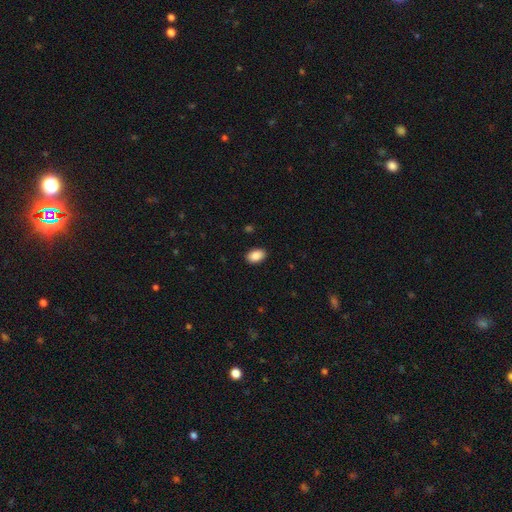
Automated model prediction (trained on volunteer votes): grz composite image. It shows a smooth galaxy with no disk features (89%) that is in between round and cigar-shaped (88%). Merging: none (89%).